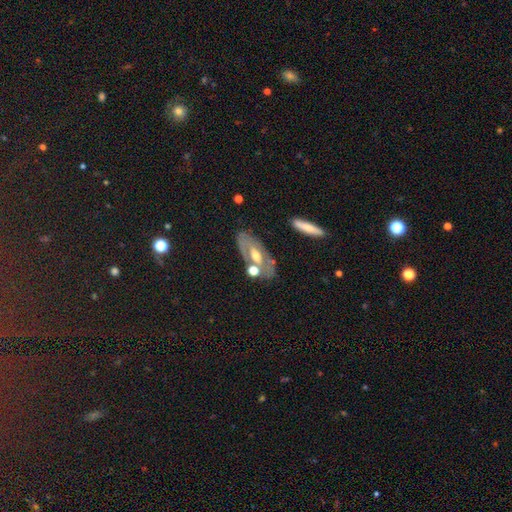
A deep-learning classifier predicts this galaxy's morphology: The model was most divided on "bar": no: 58%, weak: 27%, strong: 14%. More confident: edge-on disk — no (78%); spiral arms — no (69%); merging — none (68%); bulge size — moderate (67%); smooth or featured — featured or disk (64%).